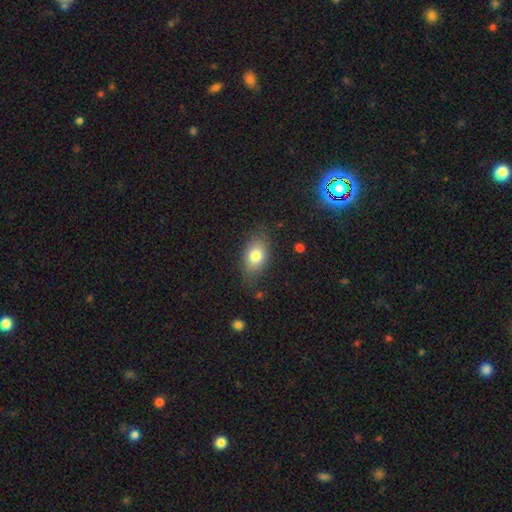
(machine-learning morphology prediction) Smooth or featured?
  - smooth: 79% *
  - featured or disk: 13%
  - star or artifact: 8%
How rounded?
  - in between: 85% *
  - round: 13%
  - cigar-shaped: 2%
Merging?
  - none: 78% *
  - minor disturbance: 16%
  - major disturbance: 4%
  - merger: 2%